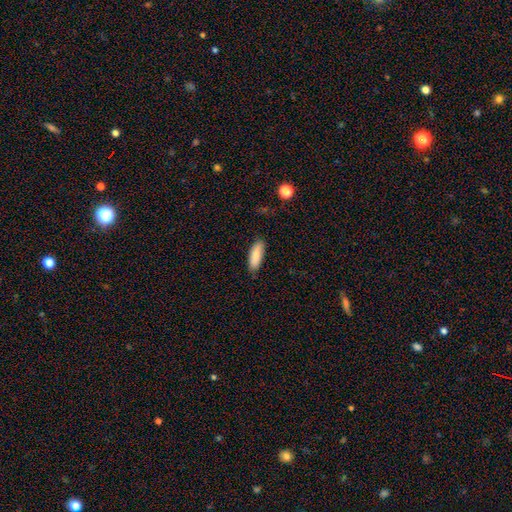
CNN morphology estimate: This is clearly a smooth galaxy (85%). How rounded: likely in between (62%). Merging: clearly none (84%).